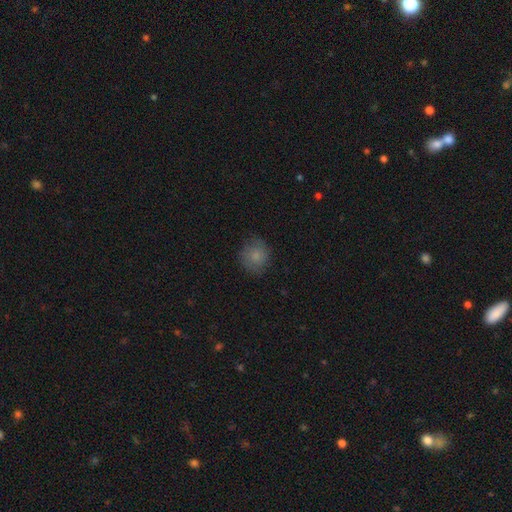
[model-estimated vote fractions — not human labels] smooth_or_featured: smooth (p=0.80) [alt: featured or disk p=0.11]
how_rounded: round (p=0.86) [alt: in between p=0.13]
merging: none (p=0.78) [alt: minor disturbance p=0.17]